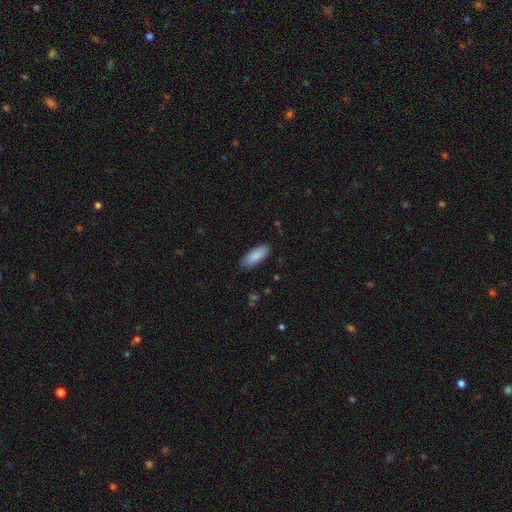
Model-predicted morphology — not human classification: Q: Smooth or featured?
A: smooth (88%); runner-up: featured or disk (6%)
Q: How rounded?
A: in between (72%); runner-up: cigar-shaped (27%)
Q: Merging?
A: none (84%); runner-up: minor disturbance (12%)